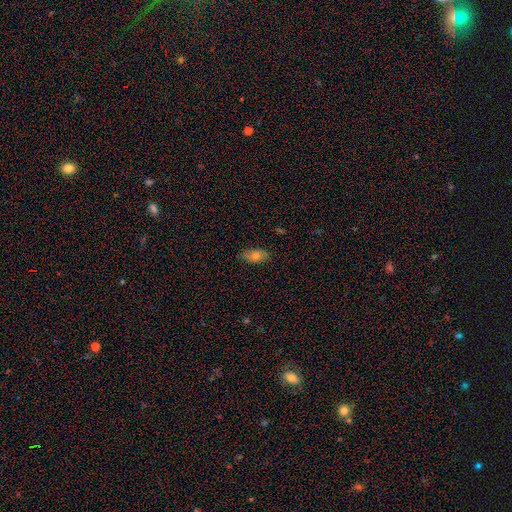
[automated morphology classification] Smooth or featured: smooth — 72% (featured or disk — 19%)
How rounded: in between — 91% (round — 5%)
Merging: none — 85% (minor disturbance — 12%)